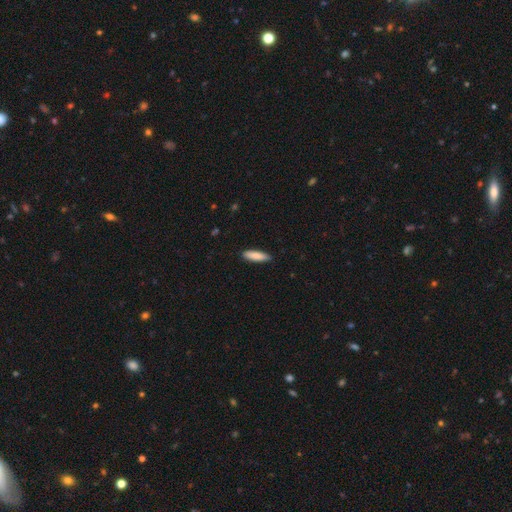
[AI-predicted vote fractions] Smooth or featured: smooth — 85% (featured or disk — 9%)
How rounded: cigar-shaped — 63% (in between — 35%)
Merging: none — 88% (minor disturbance — 10%)